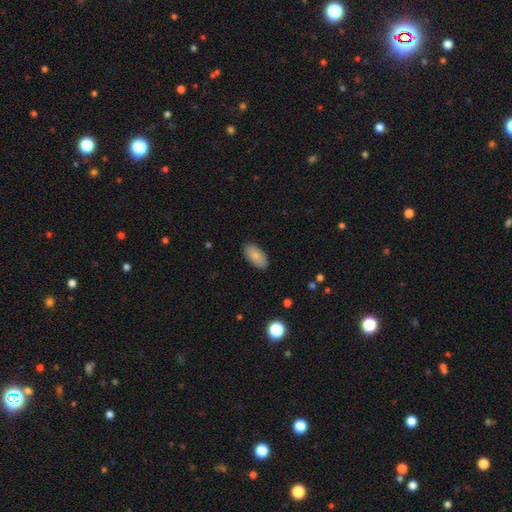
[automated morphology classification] Smooth or featured: smooth — 85% (featured or disk — 8%)
How rounded: in between — 93% (cigar-shaped — 4%)
Merging: none — 87% (minor disturbance — 10%)